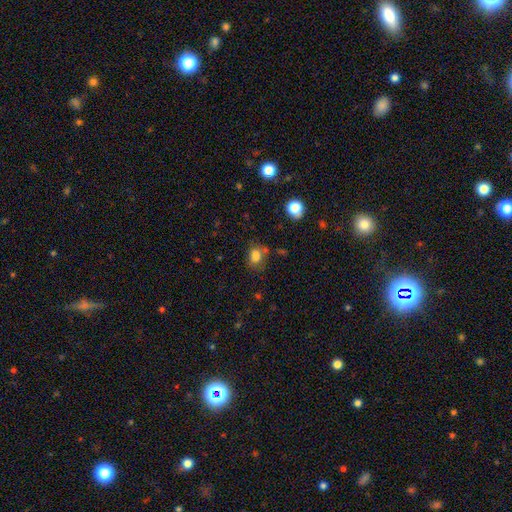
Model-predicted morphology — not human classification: Smooth or featured?
  - smooth: 78% *
  - star or artifact: 13%
  - featured or disk: 9%
How rounded?
  - in between: 60% *
  - round: 38%
  - cigar-shaped: 1%
Merging?
  - none: 57% *
  - minor disturbance: 21%
  - merger: 13%
  - major disturbance: 9%